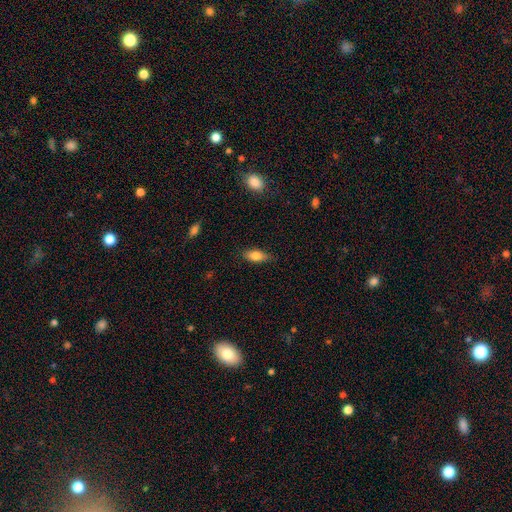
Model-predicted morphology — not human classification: Smooth or featured: smooth — 77% (featured or disk — 16%)
How rounded: in between — 79% (cigar-shaped — 17%)
Merging: none — 81% (minor disturbance — 15%)